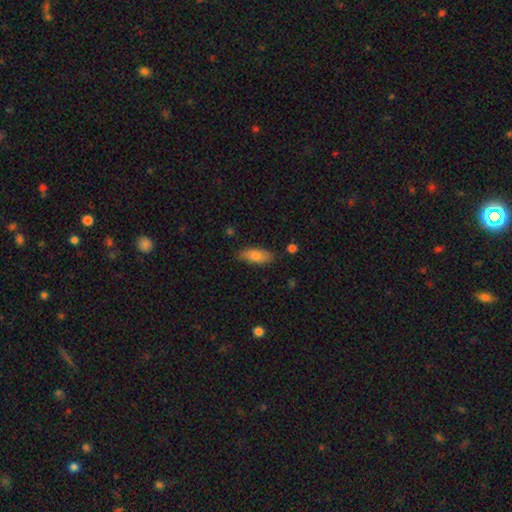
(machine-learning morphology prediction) type=smooth (80%); roundness=in between (80%); merging=none (80%).